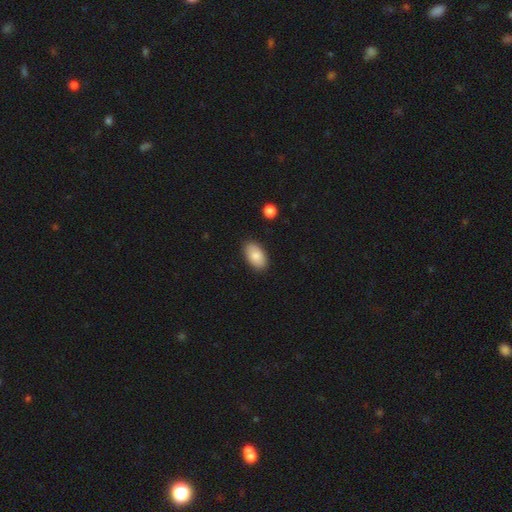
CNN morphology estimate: type=smooth (85%); roundness=in between (94%); merging=none (87%).